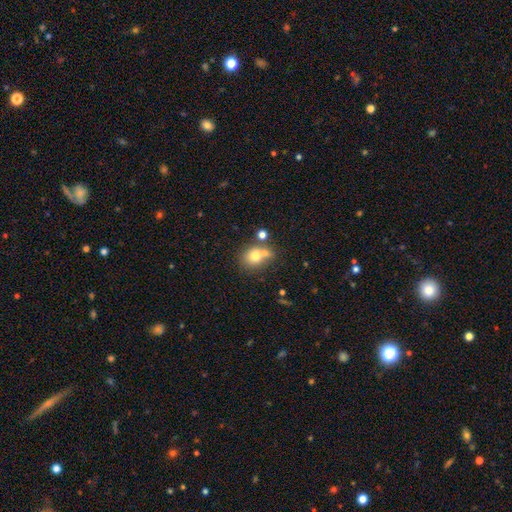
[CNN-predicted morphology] Smooth or featured: smooth — 73% (featured or disk — 15%)
How rounded: round — 68% (in between — 31%)
Merging: none — 45% (merger — 37%)